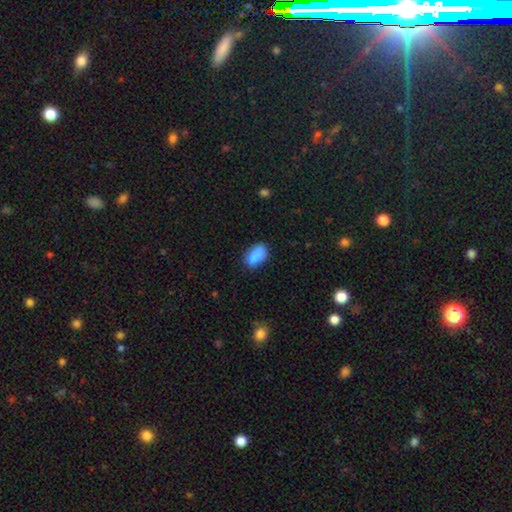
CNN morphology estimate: type=smooth (85%); roundness=in between (90%); merging=none (64%).